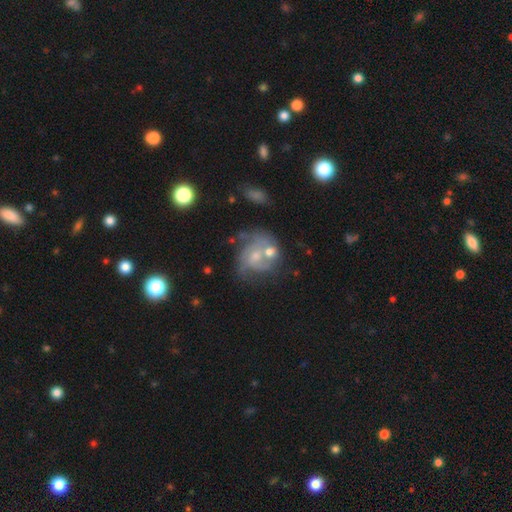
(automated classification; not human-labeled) This appears to be a featured or disk galaxy (74%) with no bar (68%), 2 (36%) medium (43%) spiral arms (87%) and a small central bulge (45%). Merging: none (44%).